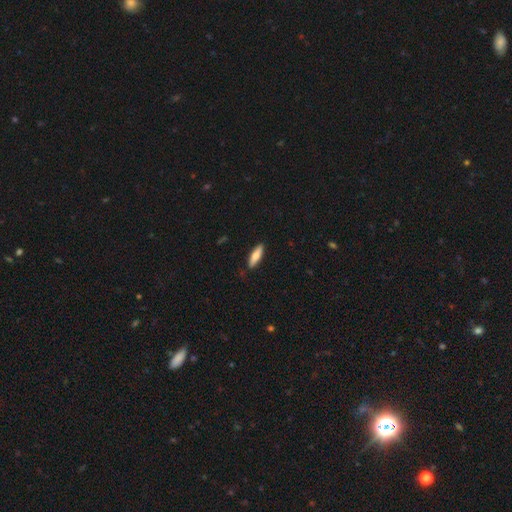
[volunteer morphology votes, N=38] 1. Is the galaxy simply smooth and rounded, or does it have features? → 63% smooth, 32% featured or disk, 5% star or artifact.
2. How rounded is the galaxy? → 75% cigar-shaped, 25% in between, 0% round.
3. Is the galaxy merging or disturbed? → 89% none, 11% minor disturbance, 0% major disturbance, 0% merger.